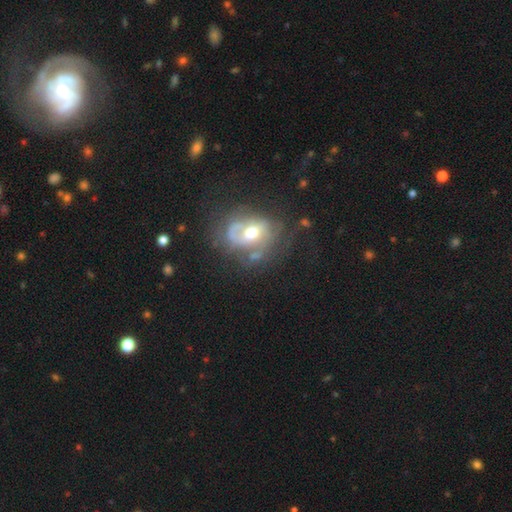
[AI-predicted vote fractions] Smooth or featured? featured or disk (65%)
Edge-on disk? no (96%)
Bar? no (63%)
Spiral arms? yes (56%)
Bulge size? moderate (72%)
Merging? none (43%)